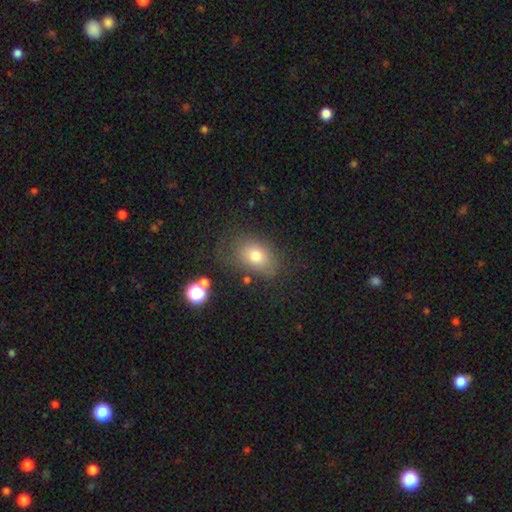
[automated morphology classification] The model was most divided on "merging": none: 66%, minor disturbance: 20%, major disturbance: 11%, merger: 3%. More confident: how rounded — in between (76%); smooth or featured — smooth (73%).